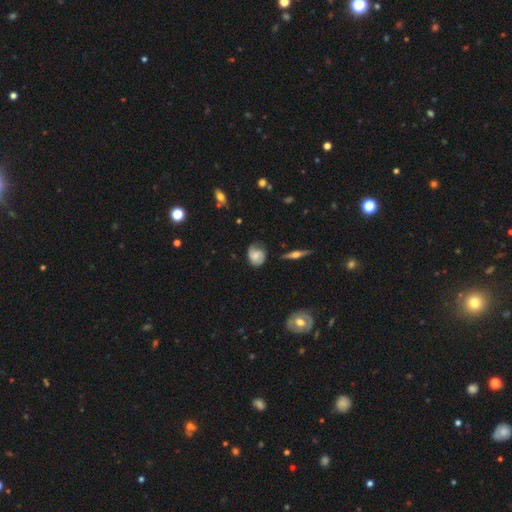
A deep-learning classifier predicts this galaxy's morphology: smooth_or_featured: smooth (p=0.48) [alt: featured or disk p=0.44]
merging: none (p=0.58) [alt: minor disturbance p=0.31]